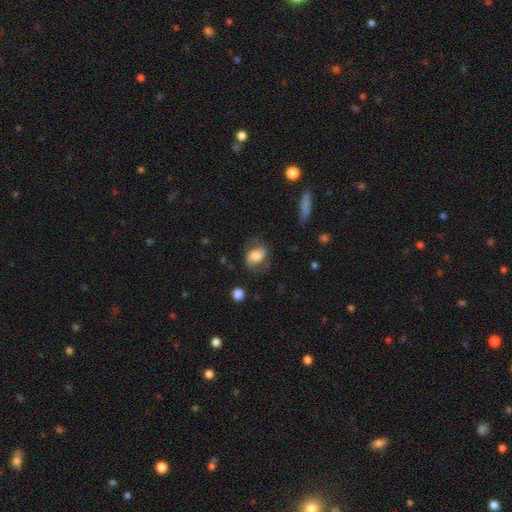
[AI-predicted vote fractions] Smooth or featured?
  - featured or disk: 53% *
  - smooth: 39%
  - star or artifact: 8%
Edge-on disk?
  - no: 96% *
  - yes: 4%
Bar?
  - no: 51% *
  - weak: 35%
  - strong: 15%
Spiral arms?
  - yes: 86% *
  - no: 14%
Bulge size?
  - moderate: 35% *
  - large: 34%
  - small: 15%
  - none: 9%
  - dominant: 7%
Merging?
  - none: 63% *
  - minor disturbance: 22%
  - major disturbance: 14%
  - merger: 2%